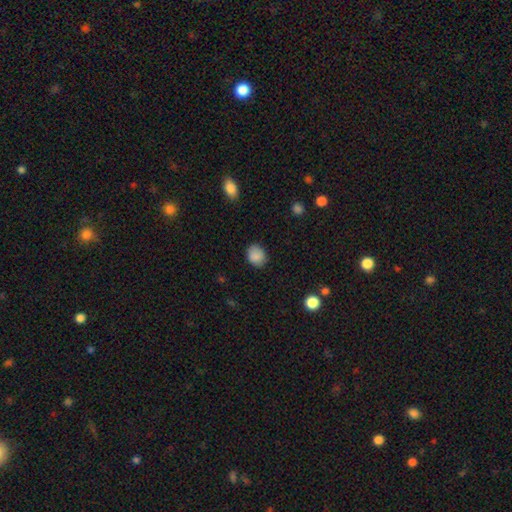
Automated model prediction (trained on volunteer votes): The model was most divided on "how rounded": round: 61%, in between: 38%, cigar-shaped: 1%. More confident: smooth or featured — smooth (87%); merging — none (83%).